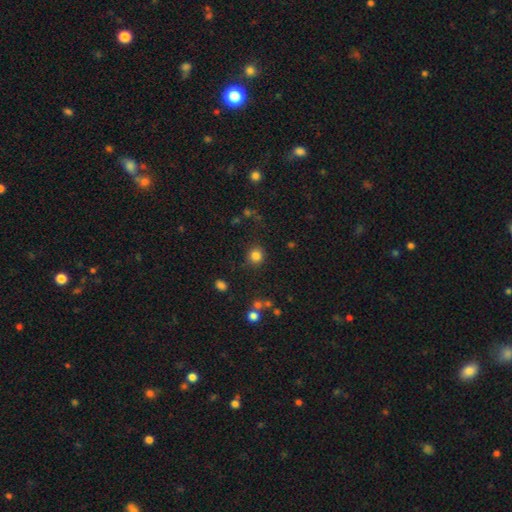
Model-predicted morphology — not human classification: The model was most divided on "smooth or featured": smooth: 83%, star or artifact: 12%, featured or disk: 5%. More confident: how rounded — round (90%); merging — none (86%).